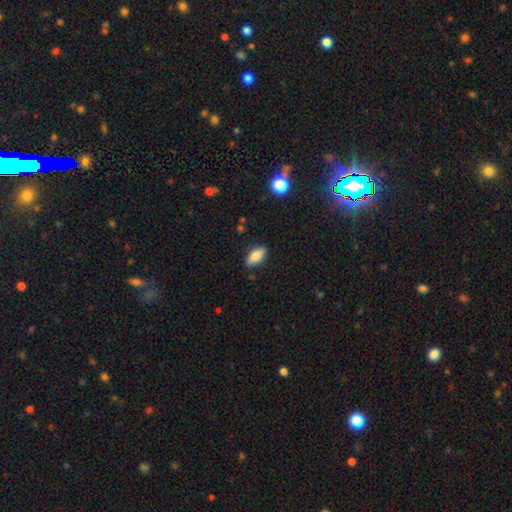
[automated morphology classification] This appears to be a smooth galaxy with no disk features (77%) that is in between round and cigar-shaped (84%). Merging: none (85%).